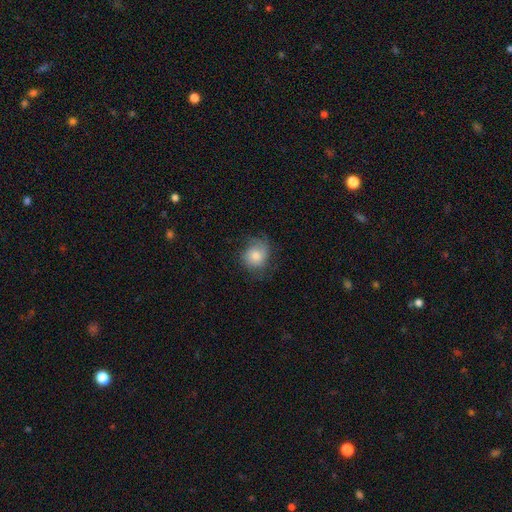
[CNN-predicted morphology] This is likely a smooth galaxy (70%). How rounded: likely round (70%). Merging: possibly none (60%).